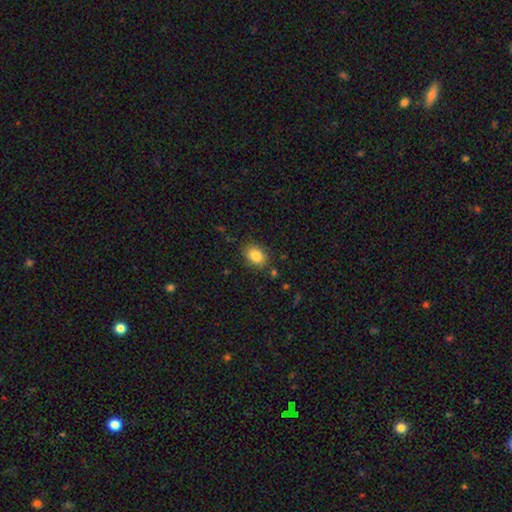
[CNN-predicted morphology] Smooth or featured? Predicted: smooth (p=0.85). How rounded? Predicted: in between (p=0.79). Merging? Predicted: none (p=0.84).